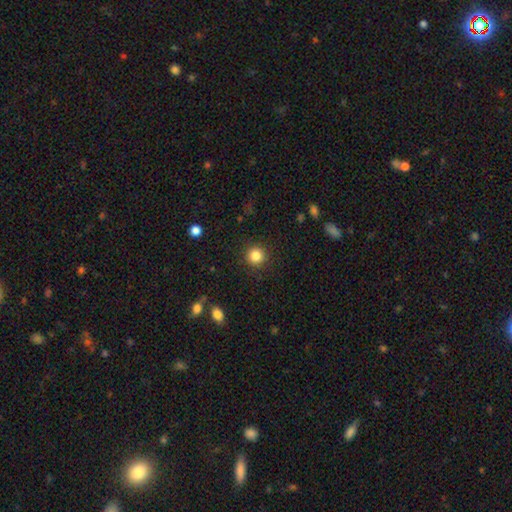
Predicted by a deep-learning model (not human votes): smooth_or_featured: smooth (p=0.84) [alt: star or artifact p=0.11]
how_rounded: round (p=0.94) [alt: in between p=0.05]
merging: none (p=0.91) [alt: minor disturbance p=0.06]